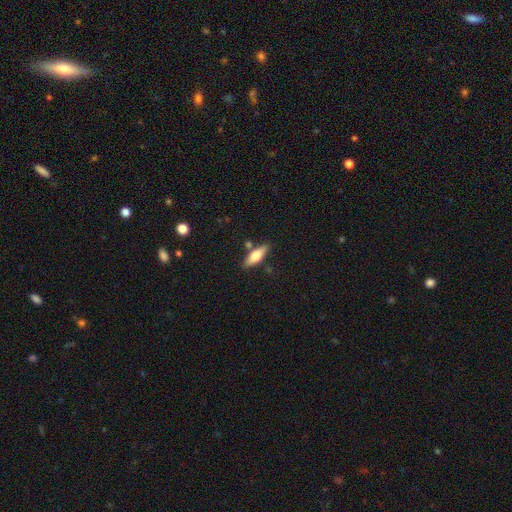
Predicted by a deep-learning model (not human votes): Smooth or featured?
  - smooth: 55% *
  - featured or disk: 39%
  - star or artifact: 6%
How rounded?
  - cigar-shaped: 49% * (tied)
  - in between: 49% * (tied)
  - round: 3%
Merging?
  - none: 79% *
  - minor disturbance: 12%
  - merger: 7%
  - major disturbance: 3%